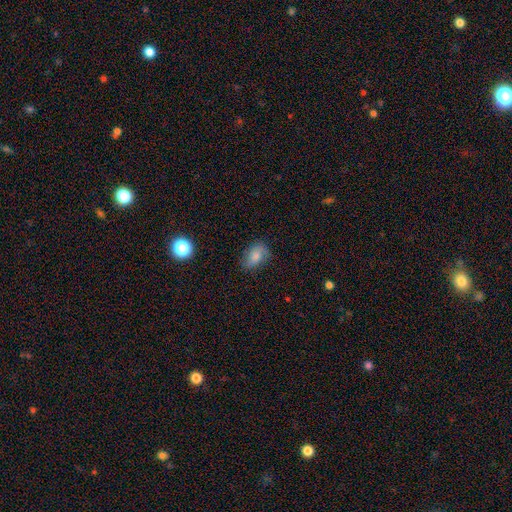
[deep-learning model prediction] Smooth or featured: smooth — 71% (featured or disk — 19%)
How rounded: in between — 82% (round — 16%)
Merging: none — 67% (minor disturbance — 24%)